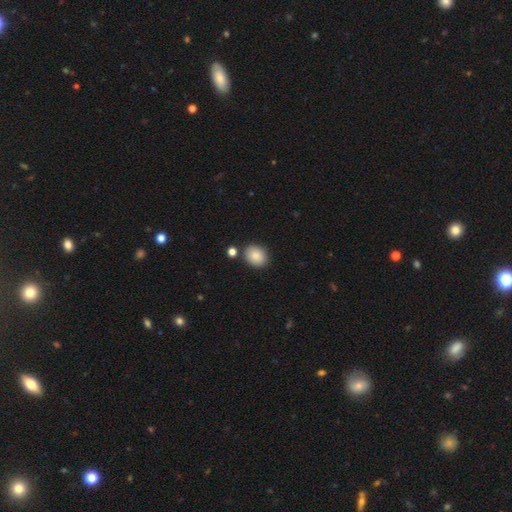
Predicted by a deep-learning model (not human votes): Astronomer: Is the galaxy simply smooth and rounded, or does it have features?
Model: smooth — 85%.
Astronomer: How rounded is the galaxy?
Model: round — 58% (runner-up: in between, 41%).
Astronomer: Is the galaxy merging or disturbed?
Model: none — 84%.